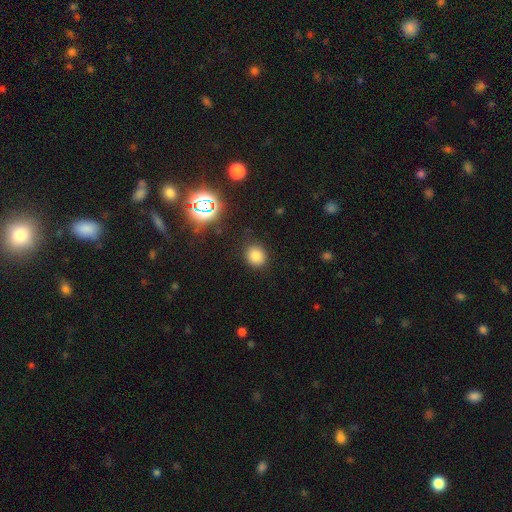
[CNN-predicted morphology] This is likely a smooth galaxy (78%). How rounded: likely round (77%). Merging: clearly none (86%).